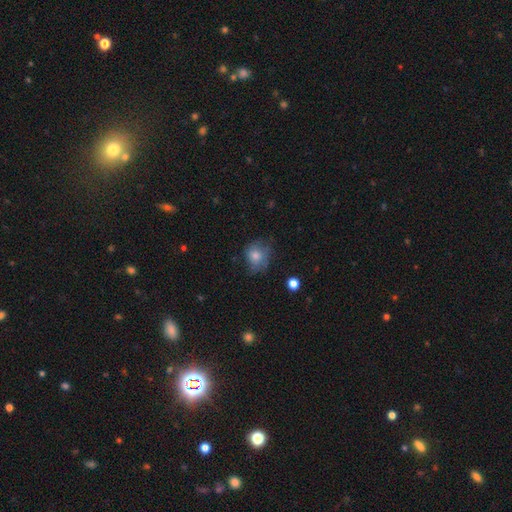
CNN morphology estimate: A smooth galaxy with no disk features (67%) that is round (67%).

Vote fractions:
- Smooth or featured? smooth: 67% / featured or disk: 23% / star or artifact: 10%
- How rounded? round: 67% / in between: 32% / cigar-shaped: 1%
- Merging? none: 57% / minor disturbance: 28% / major disturbance: 14% / merger: 2%